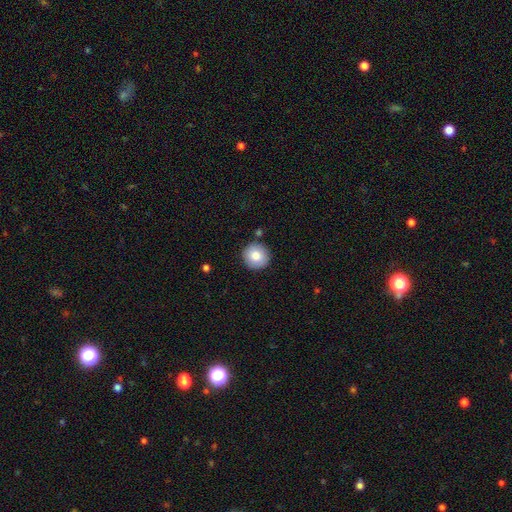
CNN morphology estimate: smooth_or_featured: smooth (p=0.82) [alt: featured or disk p=0.10]
how_rounded: round (p=0.95) [alt: in between p=0.04]
merging: none (p=0.89) [alt: minor disturbance p=0.07]